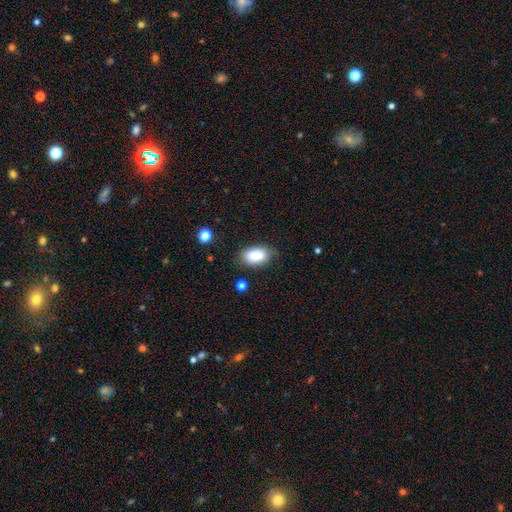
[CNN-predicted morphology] Smooth or featured? Predicted: smooth (p=0.84). How rounded? Predicted: in between (p=0.92). Merging? Predicted: none (p=0.68).